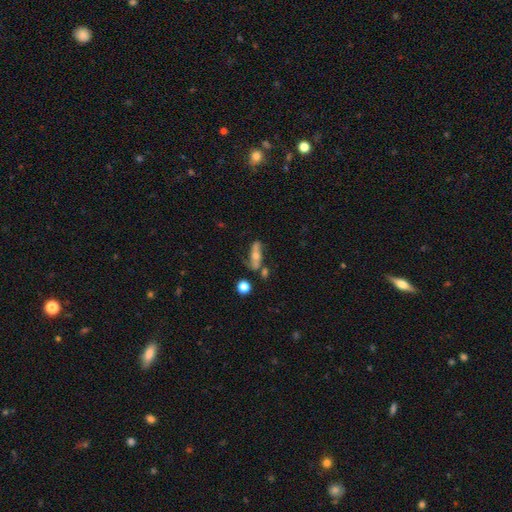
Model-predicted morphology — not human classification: This appears to be a featured or disk galaxy (62%). Merging: none (57%).